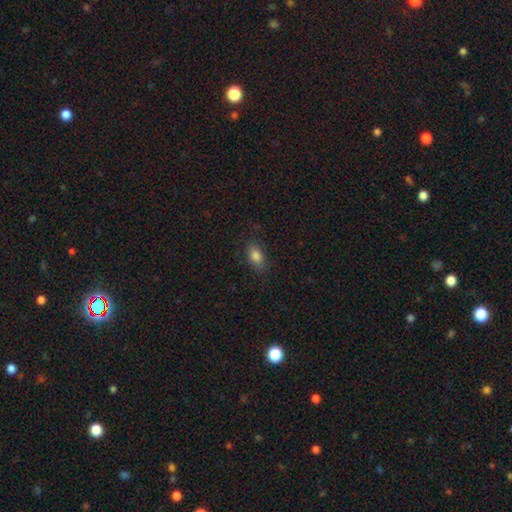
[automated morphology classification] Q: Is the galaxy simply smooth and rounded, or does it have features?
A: smooth — 83%.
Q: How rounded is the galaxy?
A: in between — 87%.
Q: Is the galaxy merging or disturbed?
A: none — 81%.